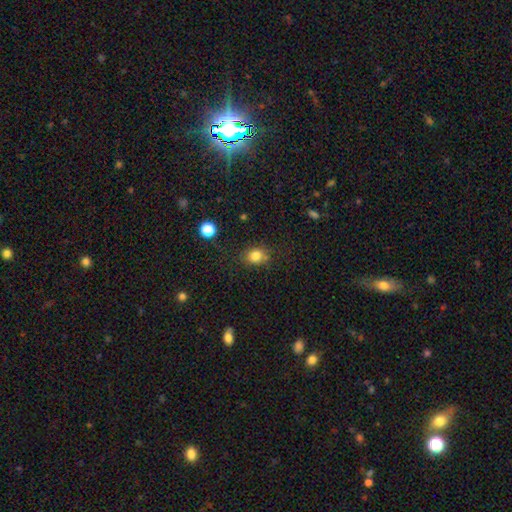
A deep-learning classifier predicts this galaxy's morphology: Overall: smooth (81%). How rounded: round (60%; in between 39%). Merging: none (74%).